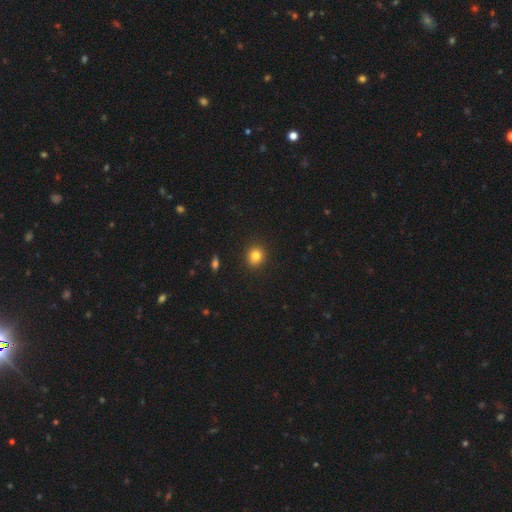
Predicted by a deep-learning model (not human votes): A smooth galaxy with no disk features (82%) that is round (76%). Merging: none (90%).